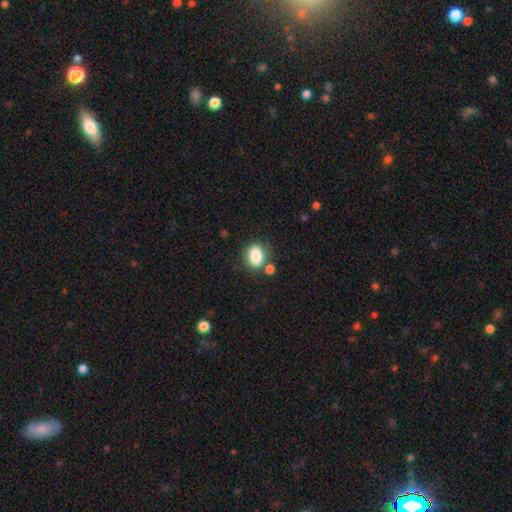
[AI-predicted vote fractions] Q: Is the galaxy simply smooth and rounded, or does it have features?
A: smooth — 86%.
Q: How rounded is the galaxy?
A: in between — 74%.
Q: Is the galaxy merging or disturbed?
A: none — 67%.